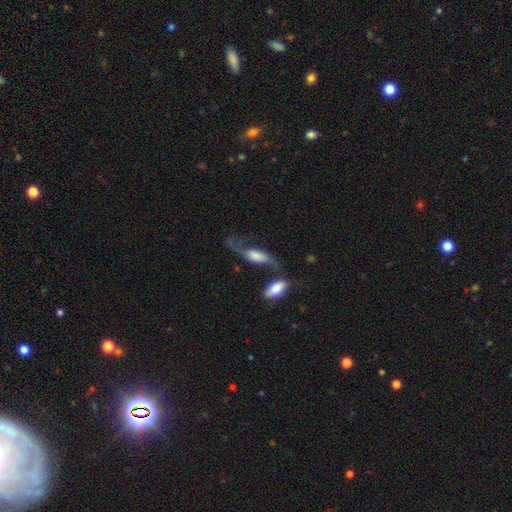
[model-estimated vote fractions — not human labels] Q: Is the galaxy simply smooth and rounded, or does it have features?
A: featured or disk — 62%.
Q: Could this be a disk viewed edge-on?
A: no — 76%.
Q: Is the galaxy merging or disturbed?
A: none — 38%.